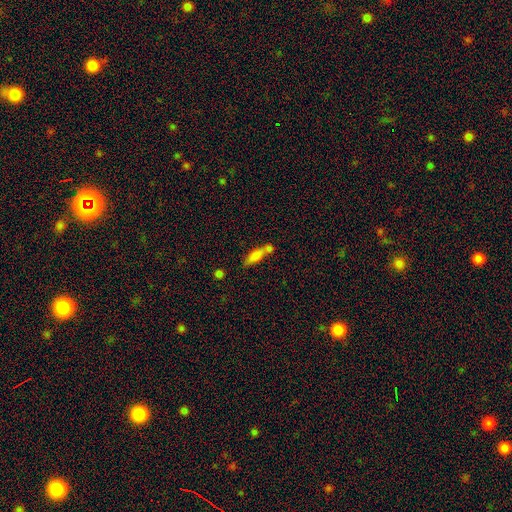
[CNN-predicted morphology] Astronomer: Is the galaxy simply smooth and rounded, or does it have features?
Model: smooth — 73%.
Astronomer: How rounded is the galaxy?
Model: cigar-shaped — 49% (runner-up: in between, 47%).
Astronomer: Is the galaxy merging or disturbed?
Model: merger — 44% (runner-up: none, 36%).